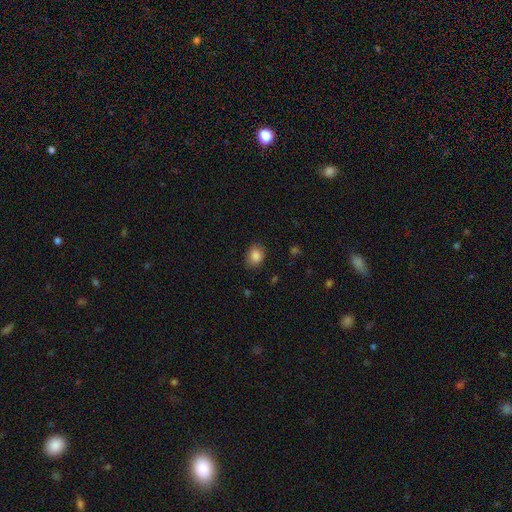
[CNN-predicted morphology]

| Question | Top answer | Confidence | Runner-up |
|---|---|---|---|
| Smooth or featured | smooth | 86% | star or artifact (8%) |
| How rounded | in between | 61% | round (38%) |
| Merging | none | 79% | minor disturbance (16%) |